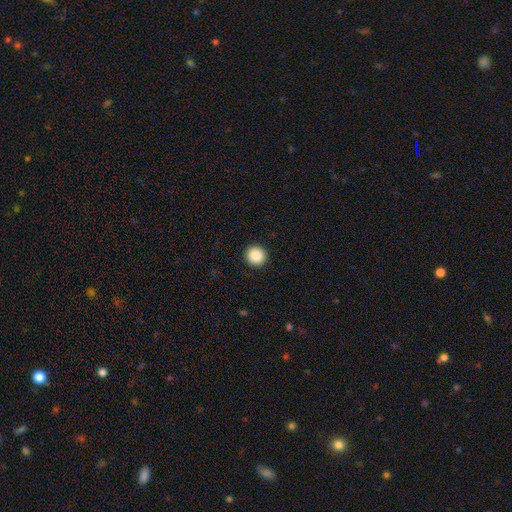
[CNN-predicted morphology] Q: Smooth or featured?
A: smooth (88%); runner-up: star or artifact (9%)
Q: How rounded?
A: round (95%); runner-up: in between (4%)
Q: Merging?
A: none (93%); runner-up: minor disturbance (4%)